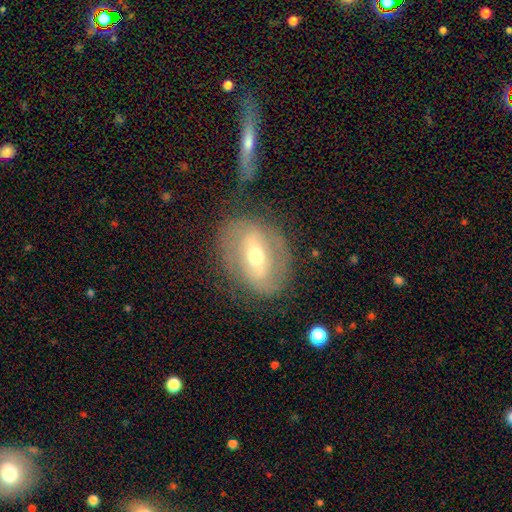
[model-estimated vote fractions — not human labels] Smooth or featured?
  - featured or disk: 68% *
  - smooth: 25%
  - star or artifact: 7%
Edge-on disk?
  - no: 87% *
  - yes: 13%
Bar?
  - strong: 58% *
  - weak: 29%
  - no: 13%
Spiral arms?
  - no: 55% *
  - yes: 45%
Bulge size?
  - moderate: 66% *
  - small: 25%
  - large: 6%
  - dominant: 1%
  - none: 1%
Merging?
  - none: 70% *
  - minor disturbance: 17%
  - major disturbance: 9%
  - merger: 3%